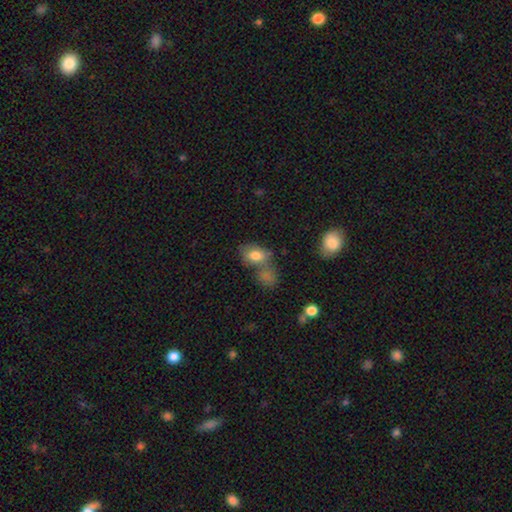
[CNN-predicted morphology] This is likely a smooth galaxy (77%). How rounded: clearly in between (80%). Merging: marginally none (39%).